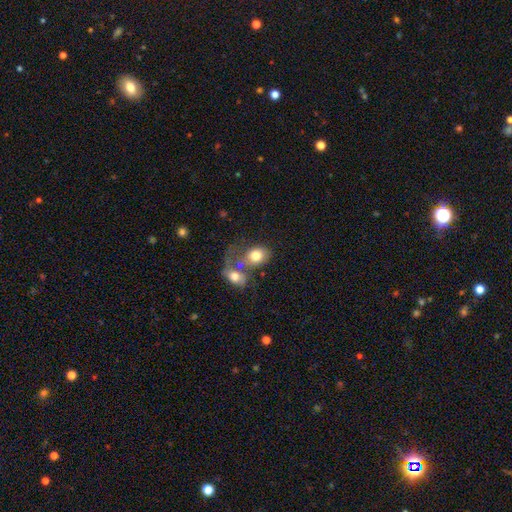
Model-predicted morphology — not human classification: This is likely a smooth galaxy (73%). How rounded: likely in between (61%). Merging: possibly merger (59%).